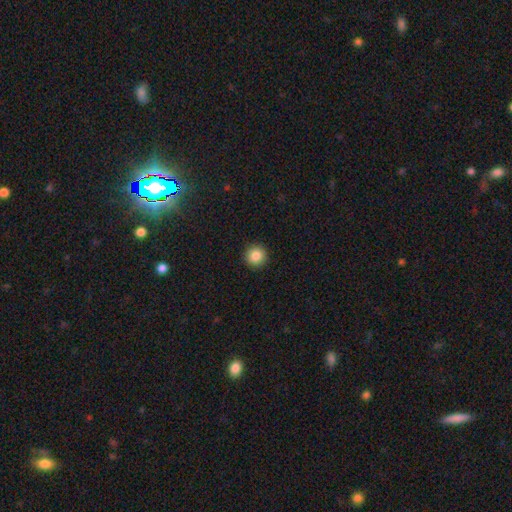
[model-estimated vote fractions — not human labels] Morphology: type=smooth (86%); roundness=round (95%); merging=none (93%).